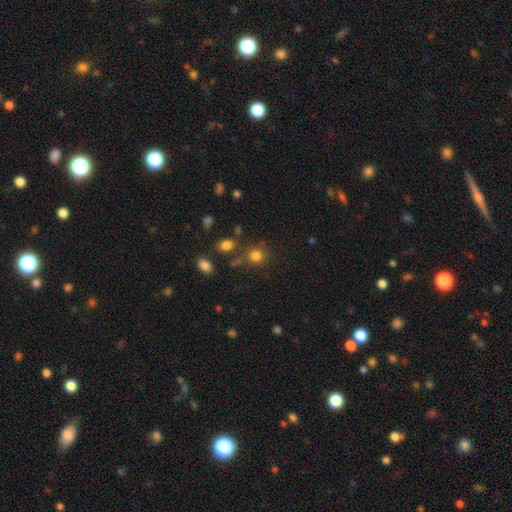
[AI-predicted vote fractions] smooth 80%, star or artifact 14%, featured or disk 6%. Down the decision tree: how rounded — round (86%); merging — none (74%).